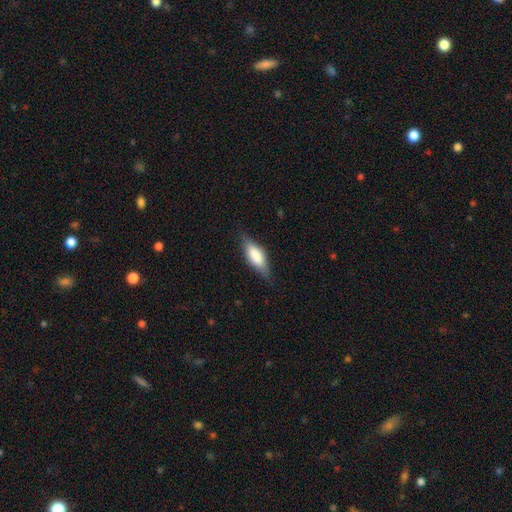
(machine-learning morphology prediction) A smooth galaxy with no disk features (69%) that is in between round and cigar-shaped (68%). Merging: none (75%).